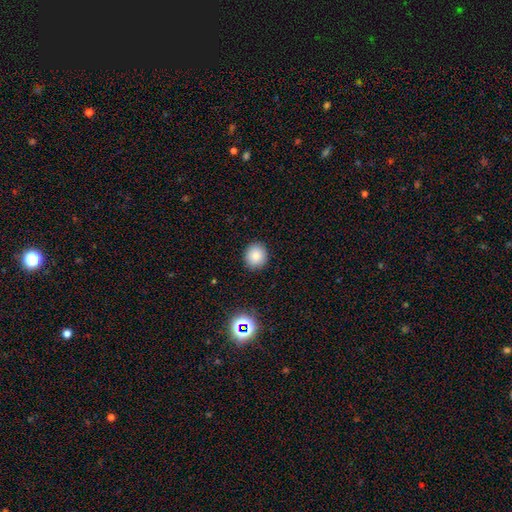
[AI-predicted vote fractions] A smooth galaxy with no disk features (84%) that is round (85%). Merging: none (90%).